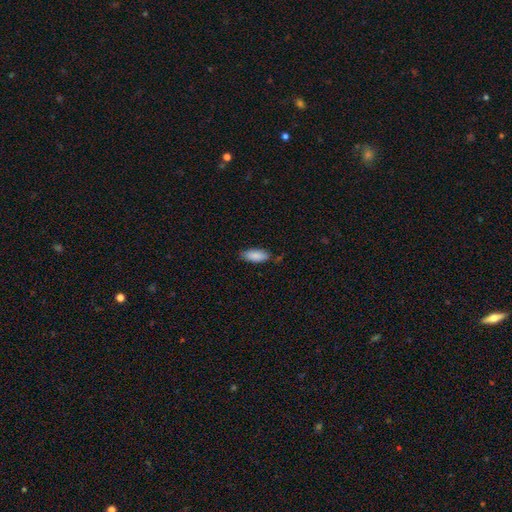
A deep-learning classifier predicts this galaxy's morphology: Smooth or featured: smooth — 88% (star or artifact — 6%)
How rounded: in between — 82% (cigar-shaped — 17%)
Merging: none — 75% (minor disturbance — 20%)